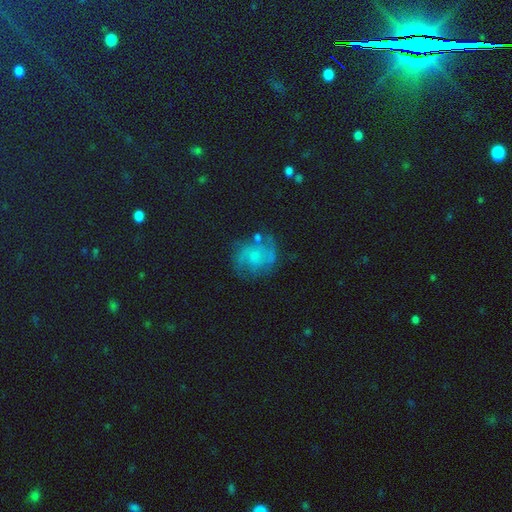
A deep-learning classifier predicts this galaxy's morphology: A featured or disk galaxy (57%) with no bar (70%), spiral arms (84%) and a small central bulge (62%).

Vote fractions:
- Smooth or featured? featured or disk: 57% / smooth: 25% / star or artifact: 18%
- Edge-on disk? no: 98% / yes: 2%
- Bar? no: 70% / weak: 25% / strong: 5%
- Spiral arms? yes: 84% / no: 16%
- Bulge size? small: 62% / moderate: 23% / none: 10% / large: 3% / dominant: 2%
- Merging? none: 64% / minor disturbance: 21% / major disturbance: 12% / merger: 4%